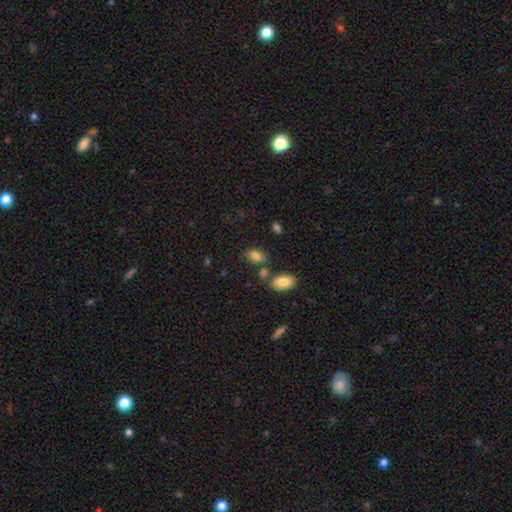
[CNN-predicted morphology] Smooth or featured? Predicted: smooth (p=0.83). How rounded? Predicted: in between (p=0.89). Merging? Predicted: none (p=0.64).